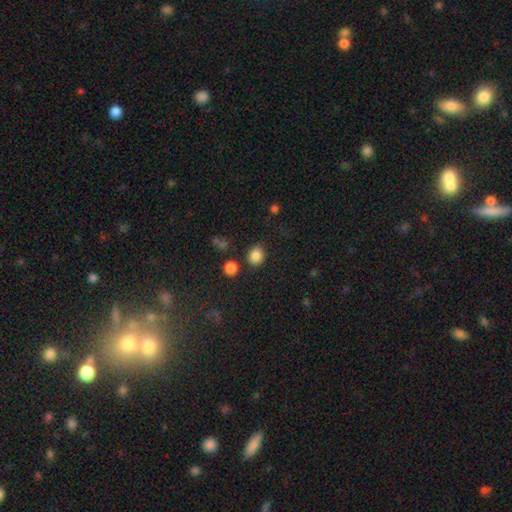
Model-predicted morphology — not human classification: Q: Smooth or featured?
A: smooth (85%); runner-up: star or artifact (11%)
Q: How rounded?
A: round (73%); runner-up: in between (26%)
Q: Merging?
A: none (79%); runner-up: minor disturbance (12%)